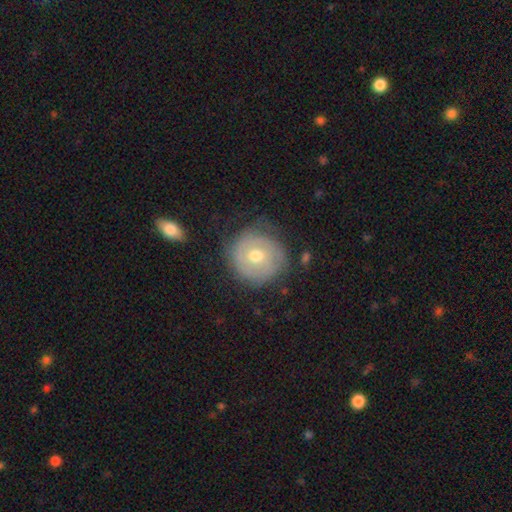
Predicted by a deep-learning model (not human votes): Smooth or featured? featured or disk (50%)
Edge-on disk? no (97%)
Merging? none (71%)